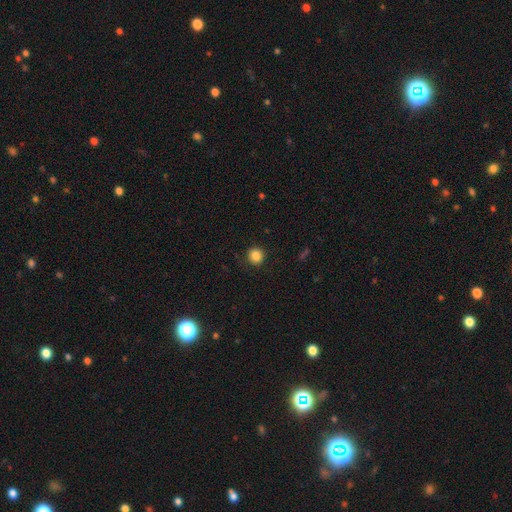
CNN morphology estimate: This appears to be a smooth galaxy with no disk features (86%) that is round (93%). Merging: none (90%).